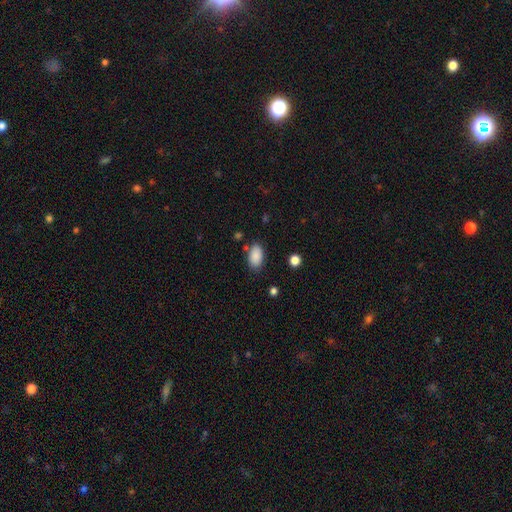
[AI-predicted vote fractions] Smooth or featured?
  - smooth: 89% *
  - star or artifact: 7%
  - featured or disk: 4%
How rounded?
  - in between: 93% *
  - round: 6%
  - cigar-shaped: 2%
Merging?
  - none: 80% *
  - minor disturbance: 13%
  - major disturbance: 4%
  - merger: 3%